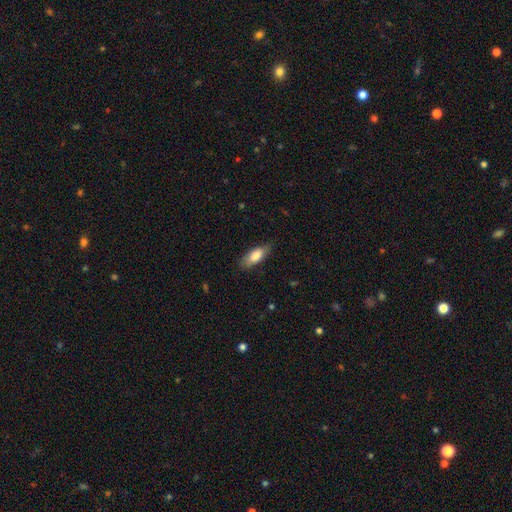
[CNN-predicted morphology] This is clearly a smooth galaxy (80%). How rounded: likely in between (77%). Merging: likely none (78%).